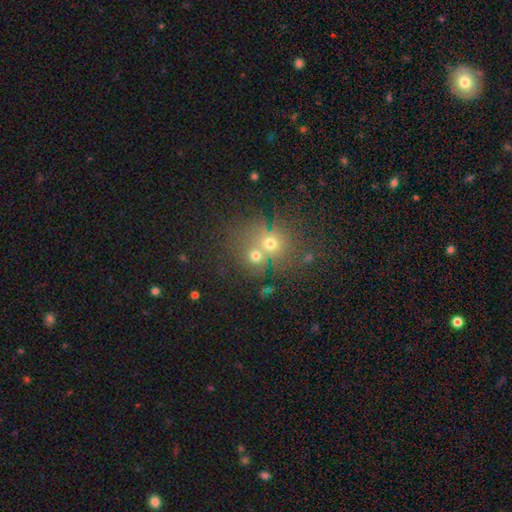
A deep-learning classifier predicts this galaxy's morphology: Overall: smooth (60%; star or artifact 23%). How rounded: round (79%). Merging: merger (50%; none 39%).